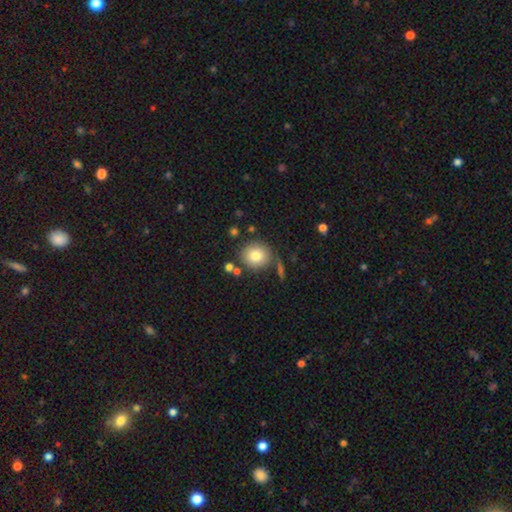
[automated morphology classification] Q: Smooth or featured?
A: smooth (79%); runner-up: featured or disk (11%)
Q: How rounded?
A: round (88%); runner-up: in between (11%)
Q: Merging?
A: none (78%); runner-up: minor disturbance (10%)